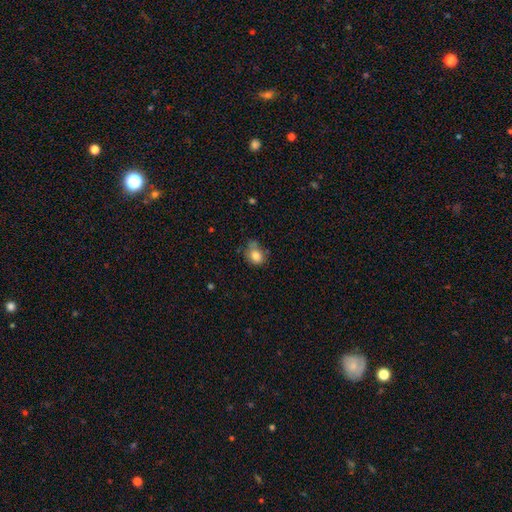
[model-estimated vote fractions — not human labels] Overall: smooth (80%). How rounded: round (52%; in between 47%). Merging: none (51%; minor disturbance 32%).